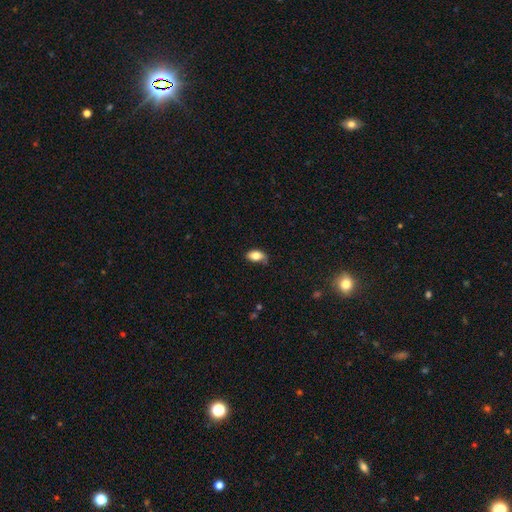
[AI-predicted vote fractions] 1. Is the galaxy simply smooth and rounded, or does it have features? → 81% smooth, 12% featured or disk, 7% star or artifact.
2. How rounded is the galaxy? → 92% in between, 6% round, 3% cigar-shaped.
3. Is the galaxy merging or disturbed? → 62% none, 29% minor disturbance, 7% major disturbance, 2% merger.